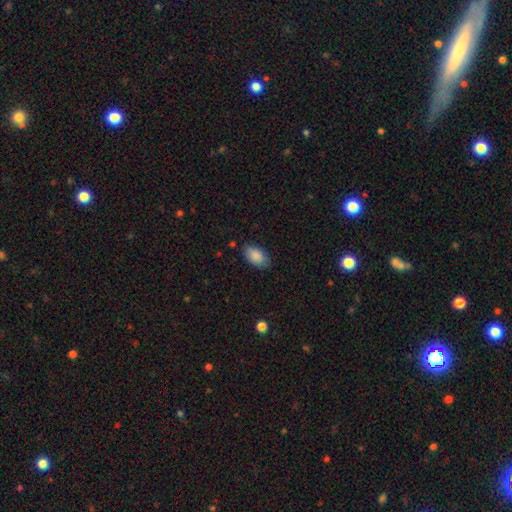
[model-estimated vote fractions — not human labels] smooth-or-featured: smooth: 88% | star or artifact: 6% | featured or disk: 6%
  how-rounded: in between: 94% | round: 4% | cigar-shaped: 2%
  merging: none: 80% | minor disturbance: 16% | major disturbance: 3% | merger: 1%